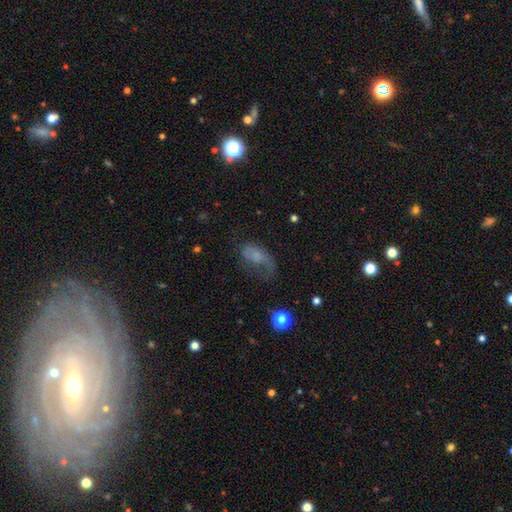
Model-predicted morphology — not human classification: smooth 53%, featured or disk 34%, star or artifact 13%. Down the decision tree: how rounded — in between (87%); merging — major disturbance (41%).